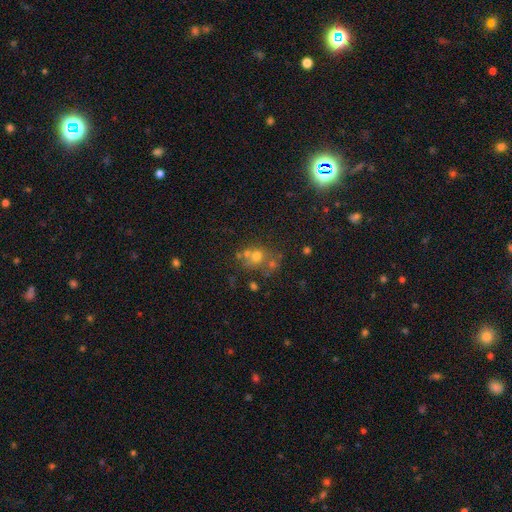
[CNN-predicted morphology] type=smooth (60%); roundness=round (74%); merging=none (48%).